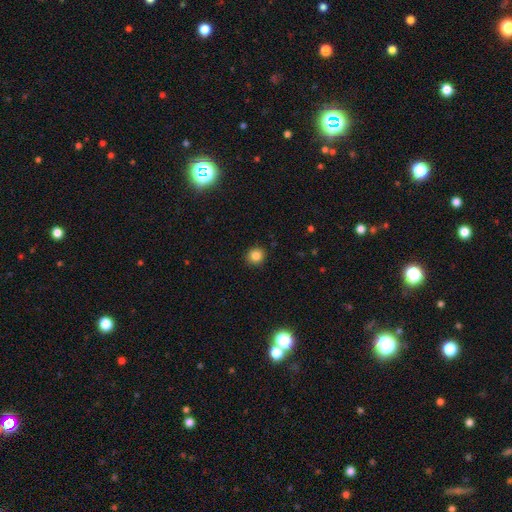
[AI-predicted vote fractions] smooth-or-featured: smooth: 84% | star or artifact: 11% | featured or disk: 5%
  how-rounded: round: 89% | in between: 10% | cigar-shaped: 1%
  merging: none: 91% | minor disturbance: 6% | major disturbance: 2% | merger: 1%